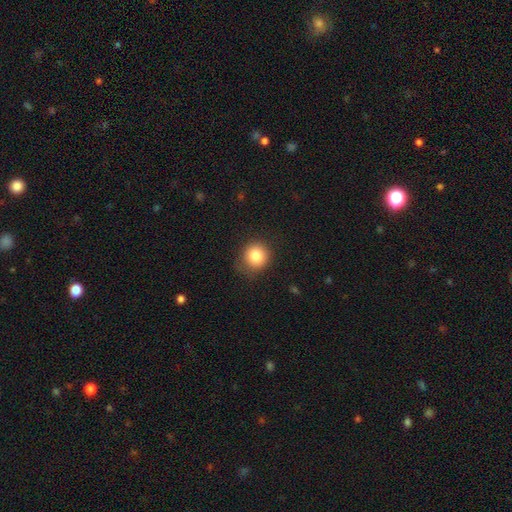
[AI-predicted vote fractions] Smooth or featured?
  - smooth: 83% *
  - star or artifact: 10%
  - featured or disk: 7%
How rounded?
  - round: 89% *
  - in between: 10%
  - cigar-shaped: 1%
Merging?
  - none: 79% *
  - minor disturbance: 15%
  - major disturbance: 5%
  - merger: 1%